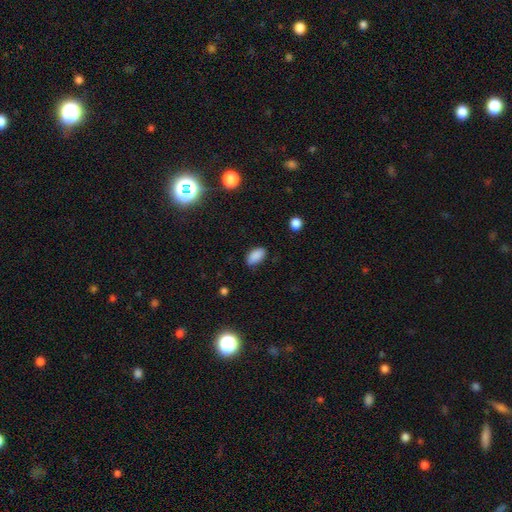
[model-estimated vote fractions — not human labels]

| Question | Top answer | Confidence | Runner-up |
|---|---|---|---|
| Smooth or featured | smooth | 88% | star or artifact (8%) |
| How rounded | in between | 93% | round (4%) |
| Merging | none | 83% | minor disturbance (13%) |